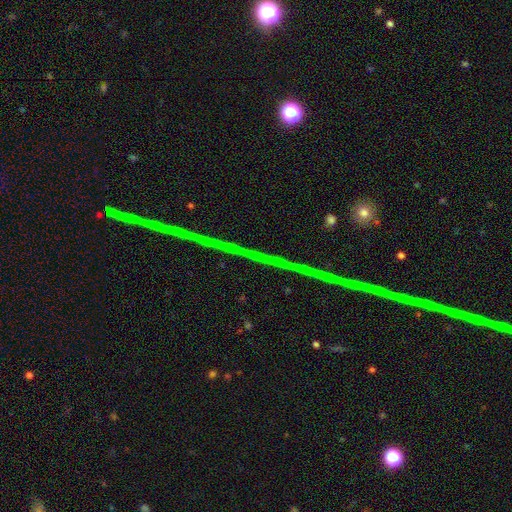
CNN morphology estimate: Smooth or featured? Predicted: star or artifact (p=0.80).